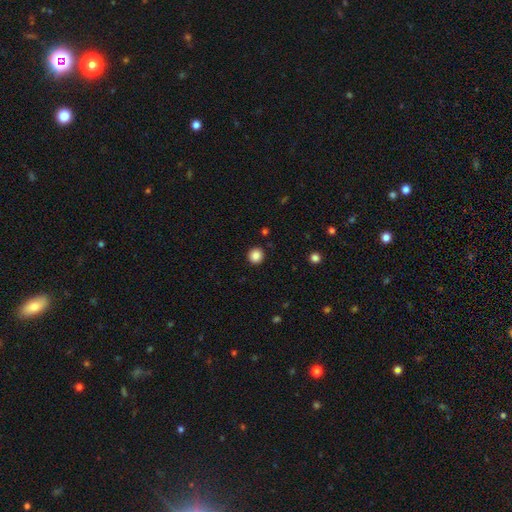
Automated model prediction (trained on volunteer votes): Smooth or featured: smooth — 87% (star or artifact — 10%)
How rounded: round — 93% (in between — 6%)
Merging: none — 92% (minor disturbance — 5%)